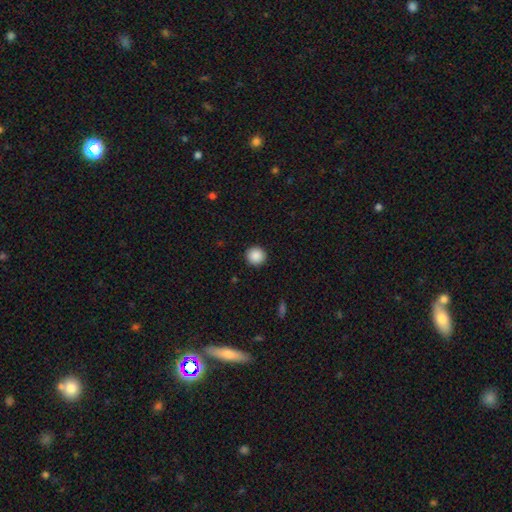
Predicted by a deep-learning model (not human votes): Morphology: type=smooth (88%); roundness=round (95%); merging=none (93%).